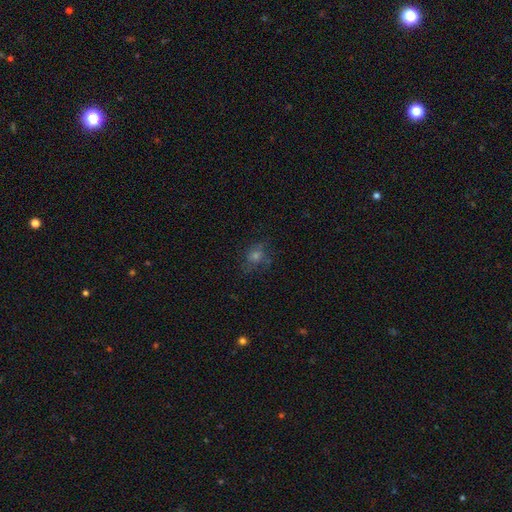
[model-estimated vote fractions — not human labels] Q: Smooth or featured?
A: smooth (42%); runner-up: star or artifact (30%)
Q: Merging?
A: none (67%); runner-up: minor disturbance (18%)